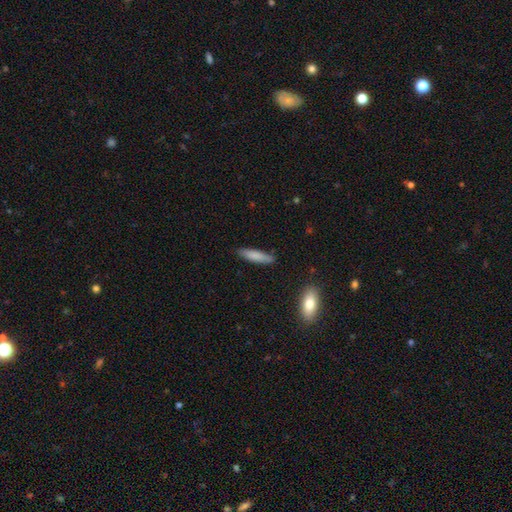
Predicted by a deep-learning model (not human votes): Overall: smooth (81%). How rounded: cigar-shaped (76%). Merging: none (81%).